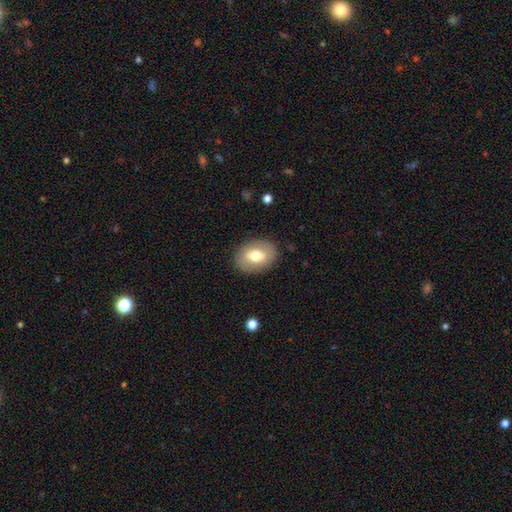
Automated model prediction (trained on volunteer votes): A smooth galaxy with no disk features (65%) that is in between round and cigar-shaped (74%).

Vote fractions:
- Smooth or featured? smooth: 65% / featured or disk: 28% / star or artifact: 7%
- How rounded? in between: 74% / round: 25% / cigar-shaped: 1%
- Merging? none: 86% / minor disturbance: 10% / major disturbance: 3% / merger: 1%